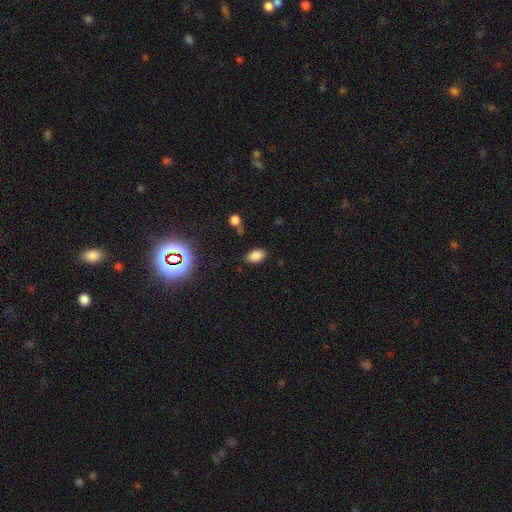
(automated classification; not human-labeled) The model was most divided on "merging": none: 81%, minor disturbance: 13%, major disturbance: 3%, merger: 3%. More confident: how rounded — in between (90%); smooth or featured — smooth (83%).